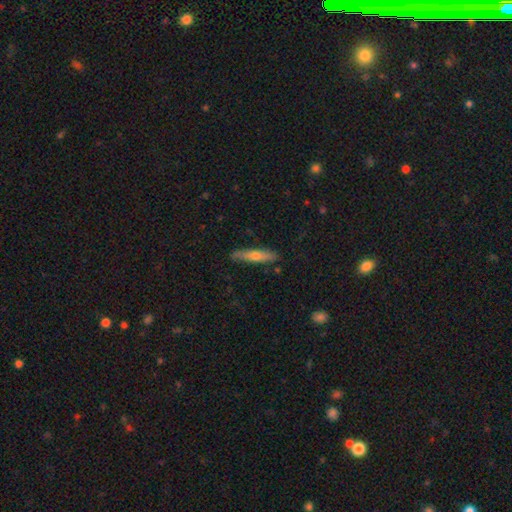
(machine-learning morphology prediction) A smooth galaxy with no disk features (53%) that is cigar-shaped (86%). Merging: none (85%).